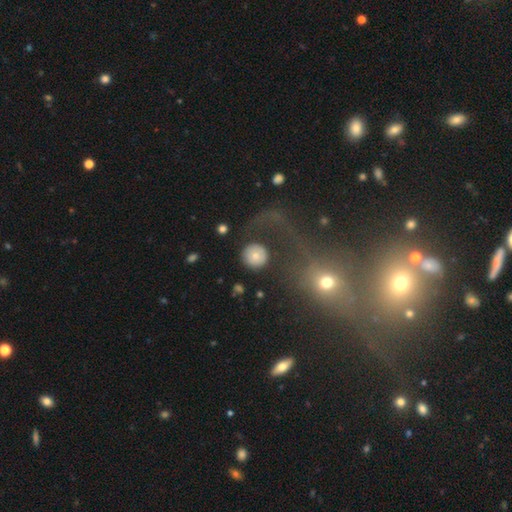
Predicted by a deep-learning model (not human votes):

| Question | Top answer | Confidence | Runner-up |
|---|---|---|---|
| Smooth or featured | smooth | 73% | featured or disk (17%) |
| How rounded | round | 94% | in between (5%) |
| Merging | none | 73% | major disturbance (12%) |